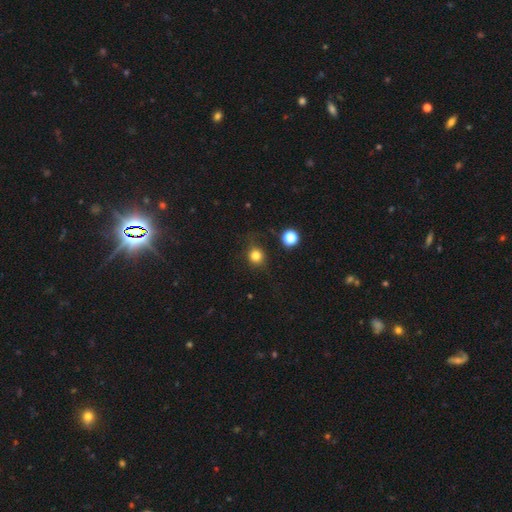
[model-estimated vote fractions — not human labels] Smooth or featured: smooth — 80% (star or artifact — 14%)
How rounded: round — 86% (in between — 13%)
Merging: none — 77% (minor disturbance — 15%)